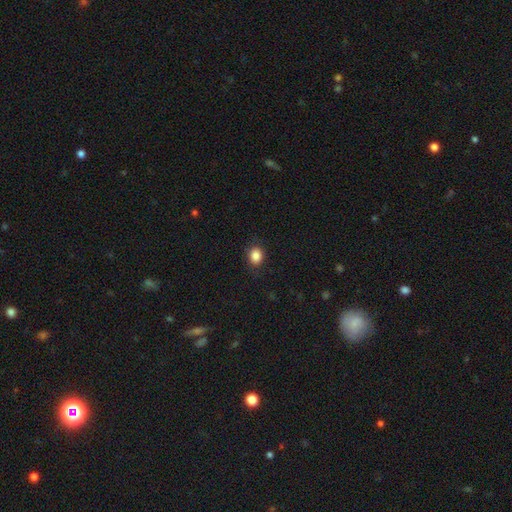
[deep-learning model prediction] Smooth or featured?
  - smooth: 86% *
  - star or artifact: 10%
  - featured or disk: 4%
How rounded?
  - round: 60% *
  - in between: 39%
  - cigar-shaped: 1%
Merging?
  - none: 87% *
  - minor disturbance: 10%
  - major disturbance: 3%
  - merger: 1%